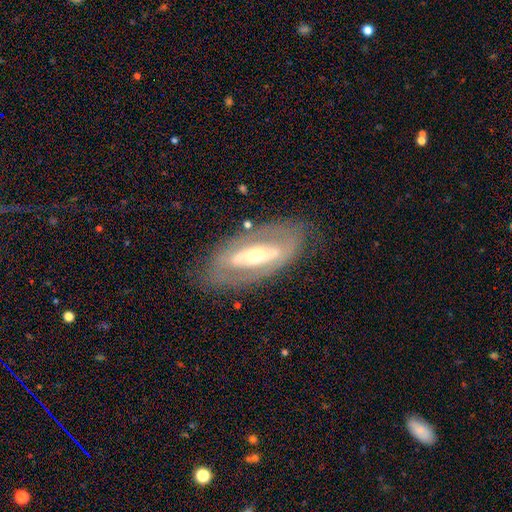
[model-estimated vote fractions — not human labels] smooth-or-featured: featured or disk: 73% | smooth: 21% | star or artifact: 6%
  disk-edge-on: no: 85% | yes: 15%
    bar: strong: 44% | no: 33% | weak: 22%
    has-spiral-arms: no: 63% | yes: 37%
    bulge-size: moderate: 62% | small: 27% | large: 9% | dominant: 1% | none: 1%
  merging: none: 76% | minor disturbance: 14% | major disturbance: 8% | merger: 2%